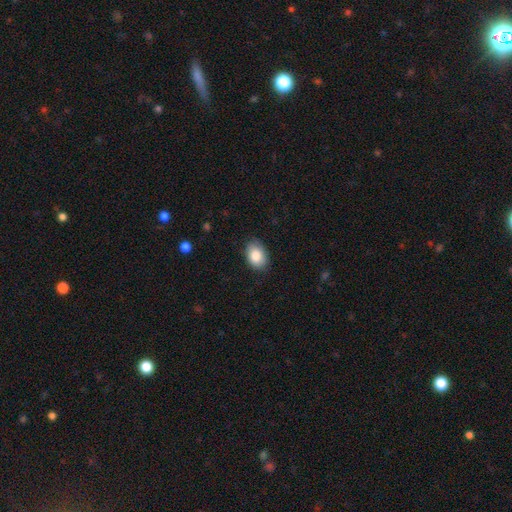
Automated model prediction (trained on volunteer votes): This is clearly a smooth galaxy (86%). How rounded: clearly in between (84%). Merging: clearly none (81%).